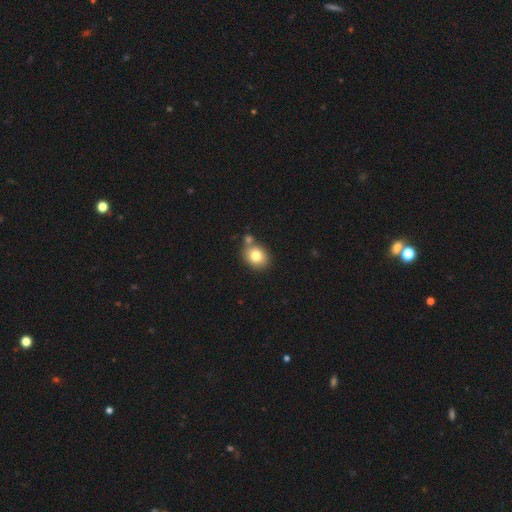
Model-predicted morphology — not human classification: A smooth galaxy with no disk features (79%) that is round (58%).

Vote fractions:
- Smooth or featured? smooth: 79% / featured or disk: 11% / star or artifact: 10%
- How rounded? round: 58% / in between: 41% / cigar-shaped: 1%
- Merging? none: 61% / merger: 25% / minor disturbance: 12% / major disturbance: 3%